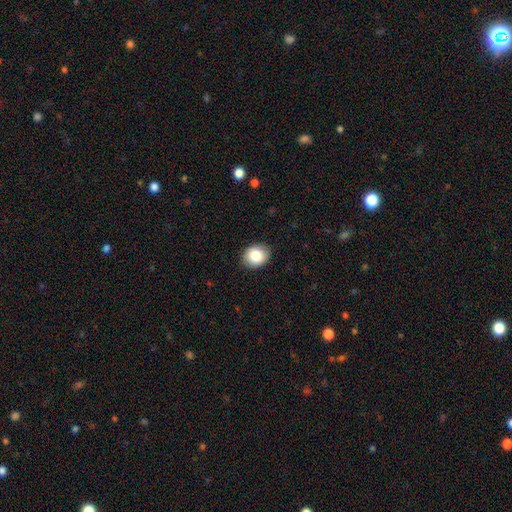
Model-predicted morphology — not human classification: Smooth or featured? Predicted: smooth (p=0.85). How rounded? Predicted: in between (p=0.50). Merging? Predicted: none (p=0.87).